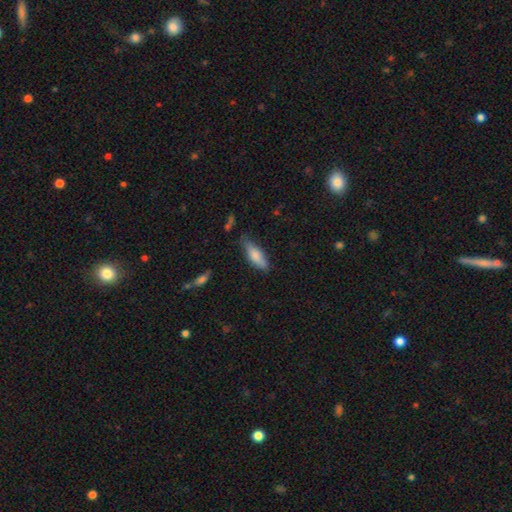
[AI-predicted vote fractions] smooth-or-featured: smooth: 79% | featured or disk: 15% | star or artifact: 6%
  how-rounded: in between: 59% | cigar-shaped: 40% | round: 2%
  merging: none: 67% | minor disturbance: 25% | major disturbance: 5% | merger: 3%